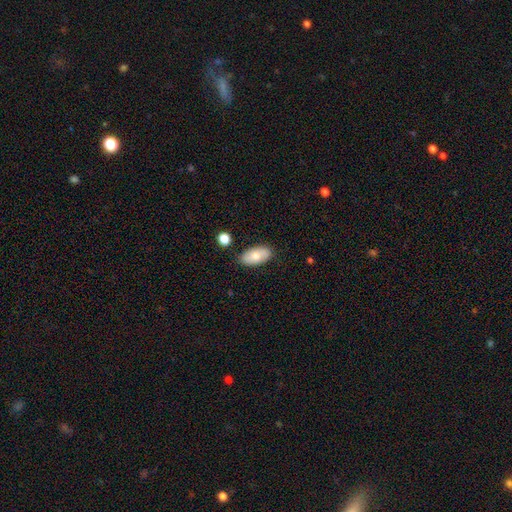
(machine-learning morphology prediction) Overall: smooth (76%). How rounded: in between (94%). Merging: none (83%).